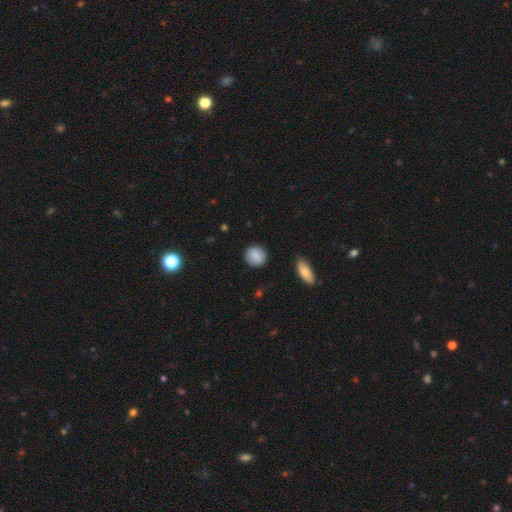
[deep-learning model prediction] A smooth galaxy with no disk features (85%) that is round (89%). Merging: none (90%).